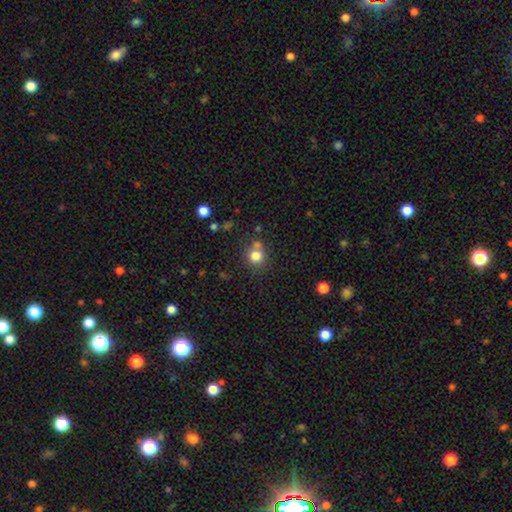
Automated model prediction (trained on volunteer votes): smooth 79%, star or artifact 12%, featured or disk 8%. Down the decision tree: how rounded — round (89%); merging — none (65%).